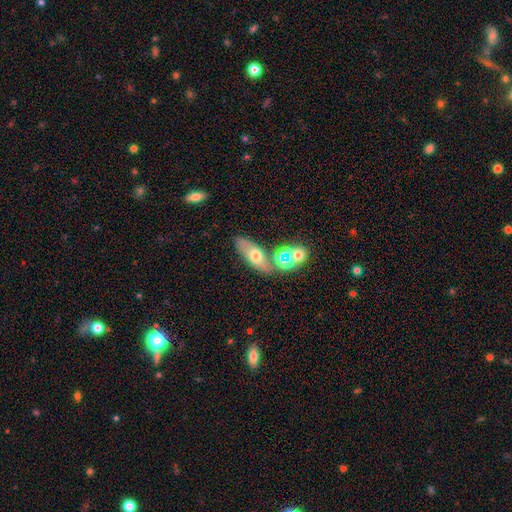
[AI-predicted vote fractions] This is possibly a smooth galaxy (51%). How rounded: likely in between (64%). Merging: likely none (64%).